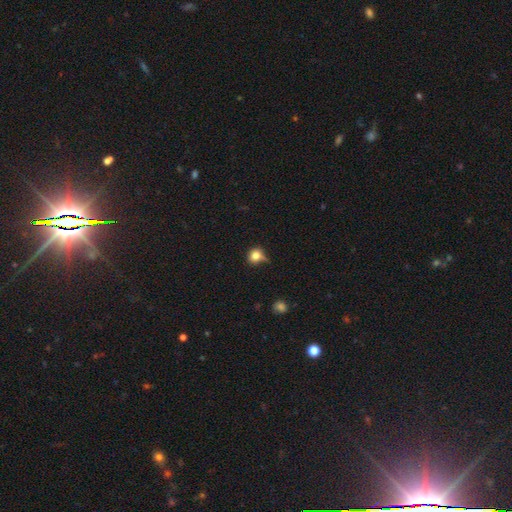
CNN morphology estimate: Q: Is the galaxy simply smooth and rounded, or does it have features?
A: smooth — 80%.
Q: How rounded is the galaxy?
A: round — 82%.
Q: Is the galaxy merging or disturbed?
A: none — 51%.